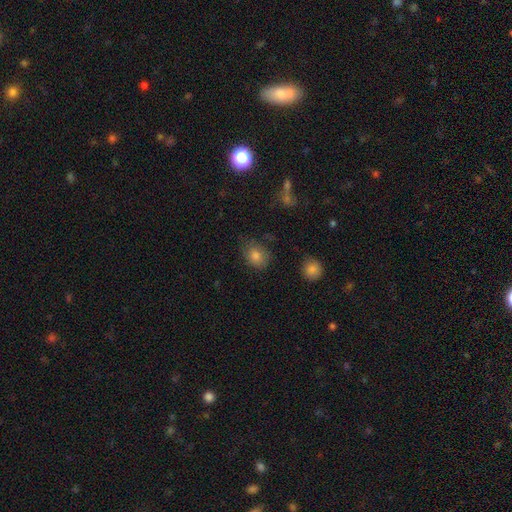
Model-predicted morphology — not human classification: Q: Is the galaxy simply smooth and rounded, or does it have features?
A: smooth — 80%.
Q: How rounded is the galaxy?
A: in between — 50%.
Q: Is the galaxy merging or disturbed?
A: none — 71%.